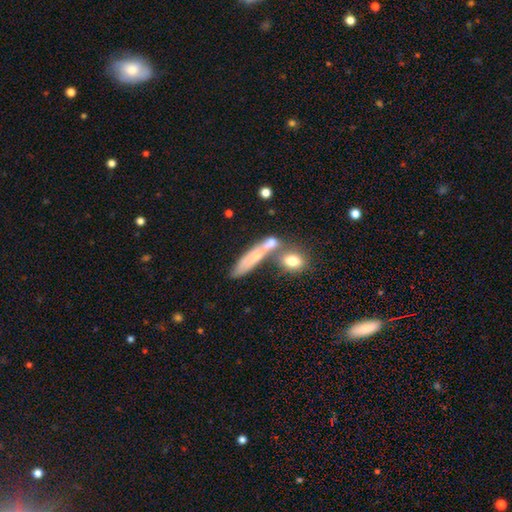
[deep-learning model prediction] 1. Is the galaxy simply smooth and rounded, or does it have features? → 53% smooth, 37% featured or disk, 10% star or artifact.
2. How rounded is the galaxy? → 67% cigar-shaped, 27% in between, 6% round.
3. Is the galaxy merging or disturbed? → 43% none, 35% merger, 15% minor disturbance, 8% major disturbance.